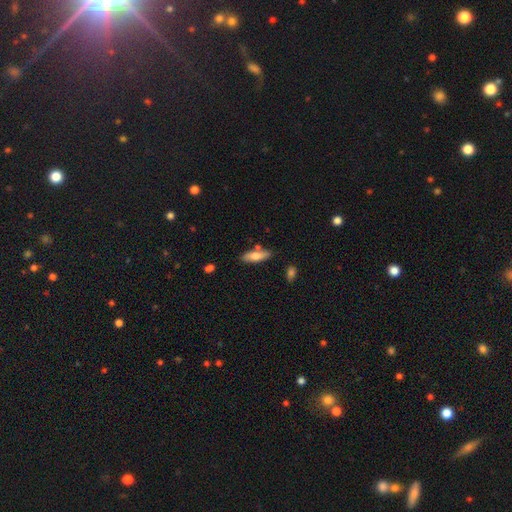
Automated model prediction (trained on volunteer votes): Smooth or featured: smooth — 71% (featured or disk — 22%)
How rounded: in between — 54% (cigar-shaped — 44%)
Merging: none — 75% (minor disturbance — 15%)